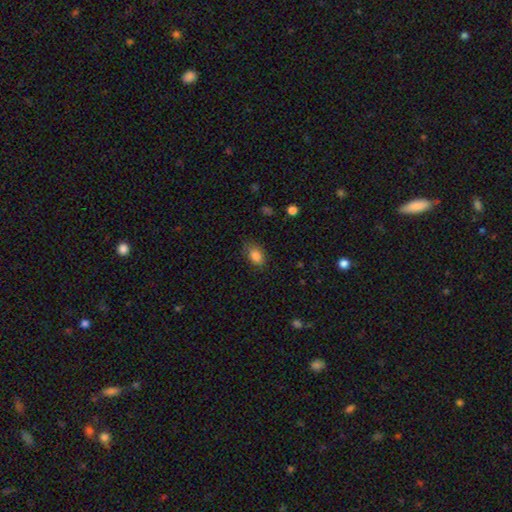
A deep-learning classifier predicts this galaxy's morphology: smooth 85%, star or artifact 9%, featured or disk 6%. Down the decision tree: how rounded — in between (82%); merging — none (77%).